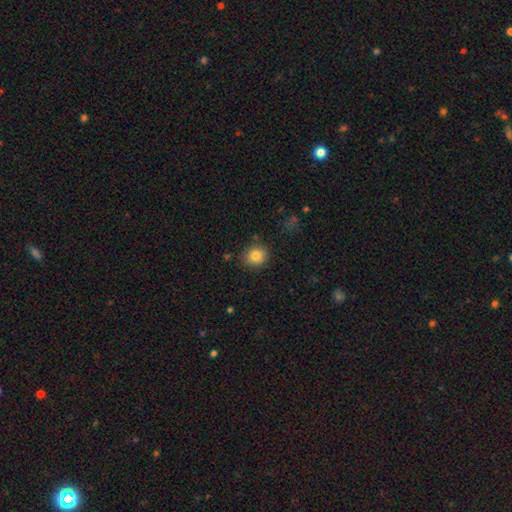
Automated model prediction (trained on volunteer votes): Smooth or featured: smooth — 83% (star or artifact — 10%)
How rounded: round — 81% (in between — 18%)
Merging: none — 84% (minor disturbance — 10%)